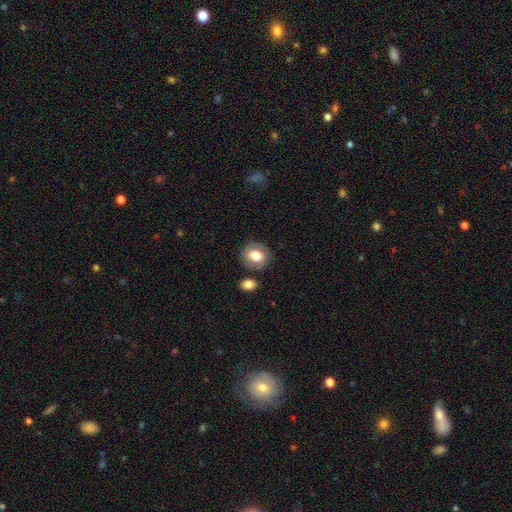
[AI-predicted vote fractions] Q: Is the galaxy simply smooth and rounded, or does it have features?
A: smooth — 78%.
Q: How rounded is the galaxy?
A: round — 66%.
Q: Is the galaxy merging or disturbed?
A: none — 77%.